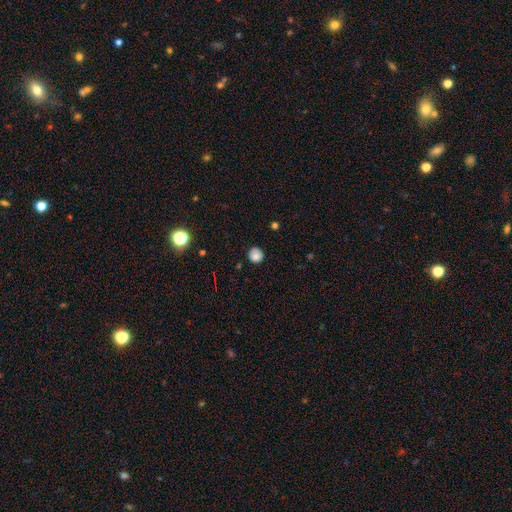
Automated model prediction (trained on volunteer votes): A smooth galaxy with no disk features (82%) that is round (91%). Merging: none (82%).